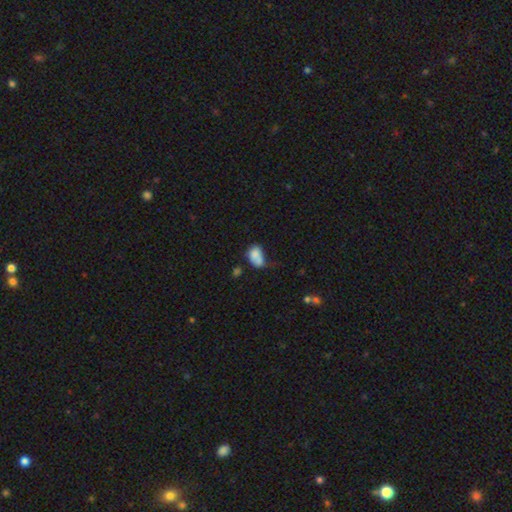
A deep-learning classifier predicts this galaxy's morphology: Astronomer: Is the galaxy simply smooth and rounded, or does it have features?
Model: smooth — 77%.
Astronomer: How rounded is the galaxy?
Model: in between — 78%.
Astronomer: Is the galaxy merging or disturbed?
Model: merger — 30% (runner-up: minor disturbance, 28%).